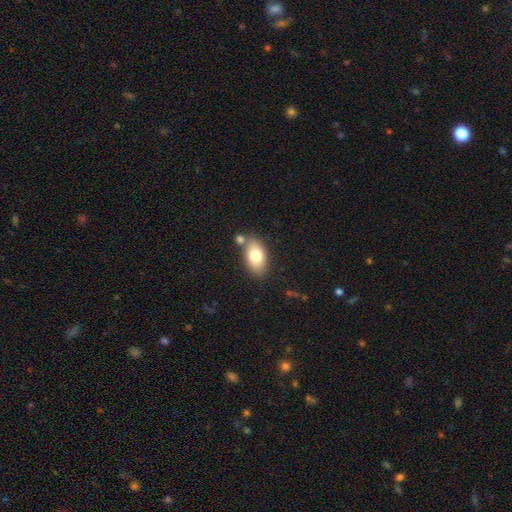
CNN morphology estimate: This is likely a smooth galaxy (78%). How rounded: clearly in between (92%). Merging: likely none (71%).